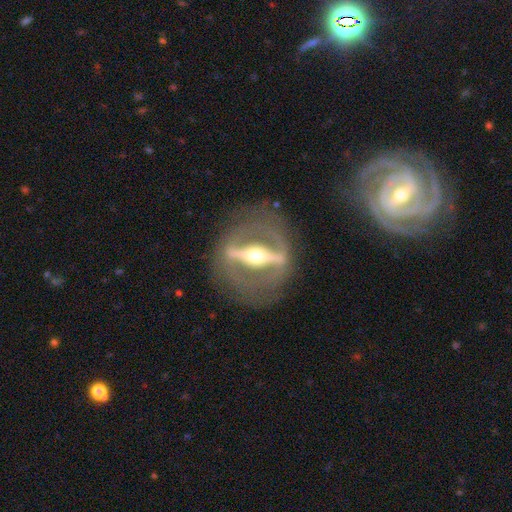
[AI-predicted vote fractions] Smooth or featured?
  - featured or disk: 87% *
  - smooth: 7%
  - star or artifact: 6%
Edge-on disk?
  - no: 52% *
  - yes: 48%
Merging?
  - none: 77% *
  - major disturbance: 11%
  - minor disturbance: 11%
  - merger: 2%